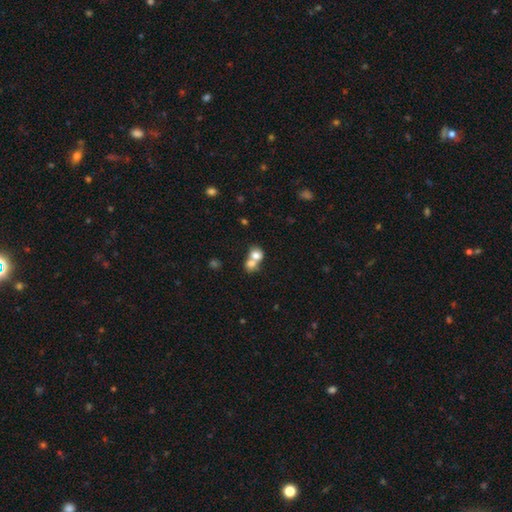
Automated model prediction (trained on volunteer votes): smooth_or_featured: smooth (p=0.75) [alt: featured or disk p=0.16]
how_rounded: round (p=0.64) [alt: in between p=0.34]
merging: merger (p=0.69) [alt: none p=0.23]